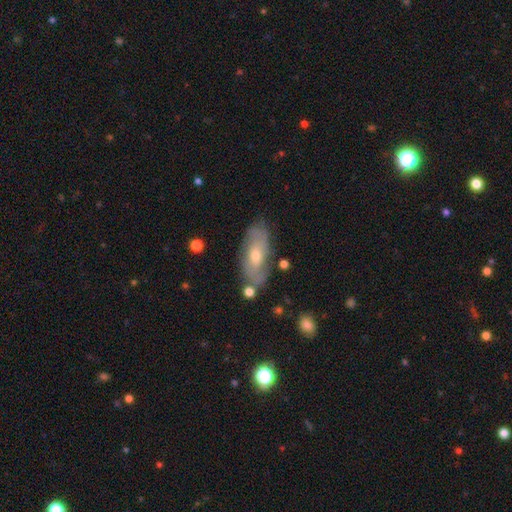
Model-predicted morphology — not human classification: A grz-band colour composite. It shows a featured or disk galaxy (58%). Merging: none (77%).